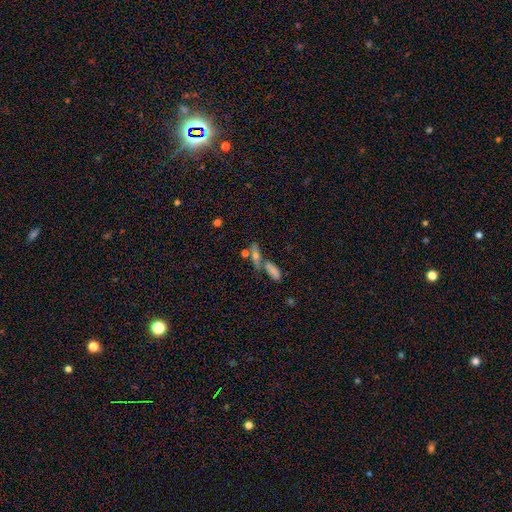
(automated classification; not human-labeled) Overall: smooth (49%; featured or disk 33%). Merging: merger (41%, tied with none).